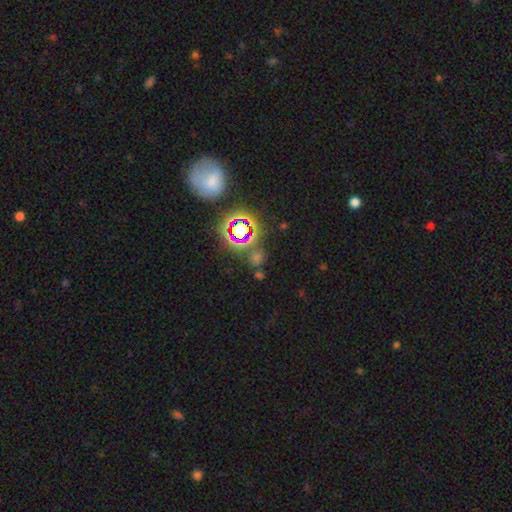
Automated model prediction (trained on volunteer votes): Morphology: type=star or artifact (64%).